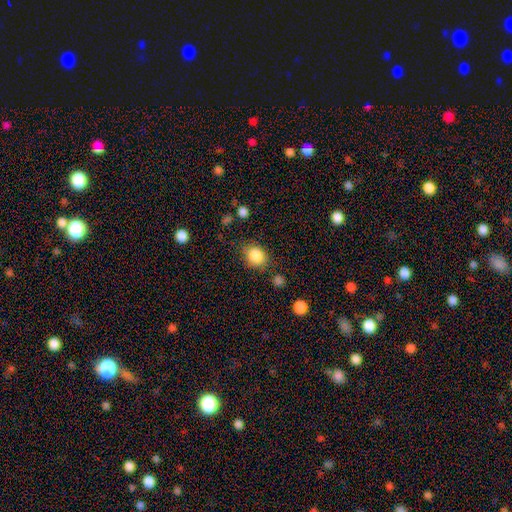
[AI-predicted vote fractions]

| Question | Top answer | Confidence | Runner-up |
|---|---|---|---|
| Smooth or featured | smooth | 85% | star or artifact (9%) |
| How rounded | round | 54% | in between (45%) |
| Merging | none | 74% | minor disturbance (17%) |